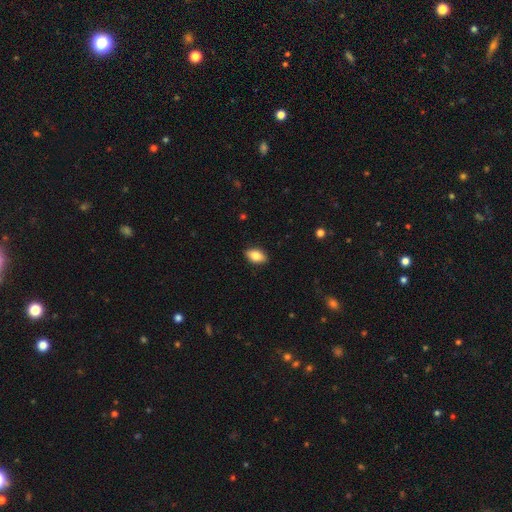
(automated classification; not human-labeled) Smooth or featured: smooth — 83% (featured or disk — 10%)
How rounded: in between — 90% (round — 7%)
Merging: none — 88% (minor disturbance — 9%)